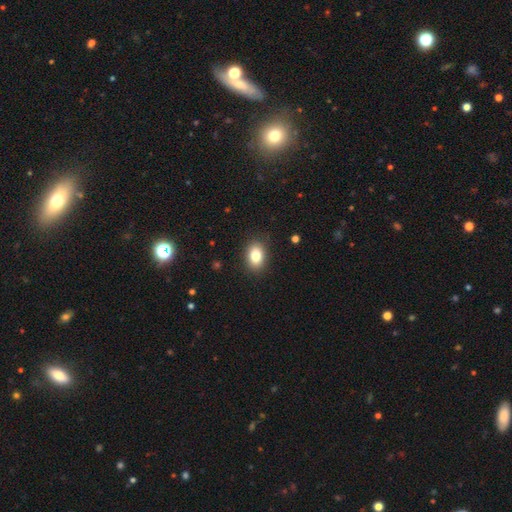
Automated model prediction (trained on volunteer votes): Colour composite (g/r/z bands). It shows a smooth galaxy with no disk features (83%) that is in between round and cigar-shaped (81%). Merging: none (86%).